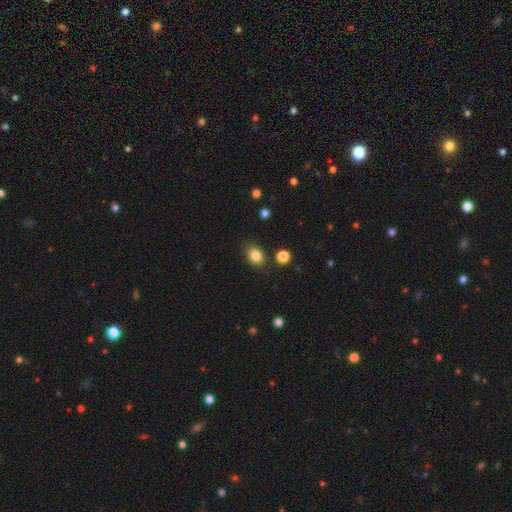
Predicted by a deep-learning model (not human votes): Smooth or featured? smooth (84%)
How rounded? in between (62%)
Merging? none (81%)